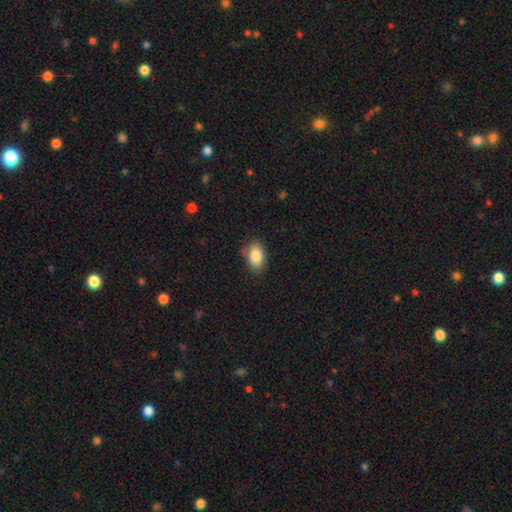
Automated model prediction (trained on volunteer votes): Q: Smooth or featured?
A: smooth (87%); runner-up: star or artifact (7%)
Q: How rounded?
A: in between (89%); runner-up: round (9%)
Q: Merging?
A: none (80%); runner-up: minor disturbance (15%)